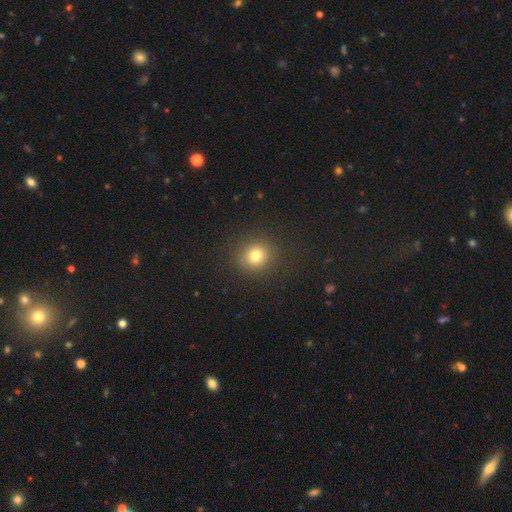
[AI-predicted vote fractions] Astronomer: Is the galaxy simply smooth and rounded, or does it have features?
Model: smooth — 77%.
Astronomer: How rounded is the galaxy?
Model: round — 88%.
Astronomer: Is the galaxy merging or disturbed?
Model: none — 89%.